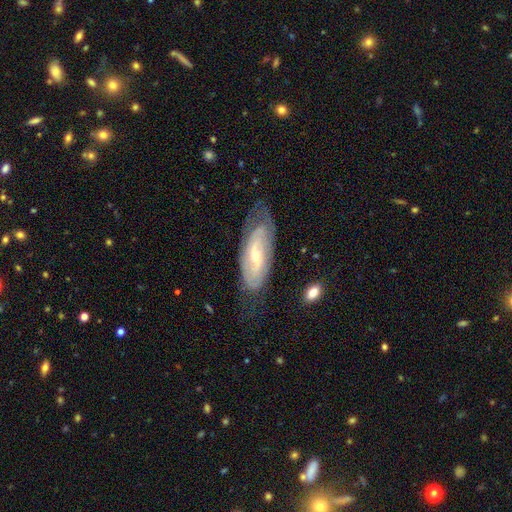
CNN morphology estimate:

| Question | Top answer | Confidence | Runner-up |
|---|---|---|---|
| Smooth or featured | featured or disk | 79% | smooth (15%) |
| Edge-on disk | no | 88% | yes (12%) |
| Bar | no | 39% | tied: weak (39%) |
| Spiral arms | yes | 86% | no (14%) |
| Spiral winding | tight | 52% | medium (33%) |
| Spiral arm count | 2 | 51% | can't tell (35%) |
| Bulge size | small | 59% | moderate (38%) |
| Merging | none | 66% | minor disturbance (23%) |